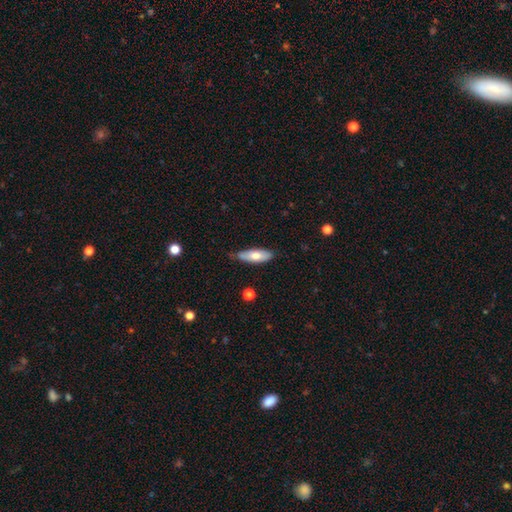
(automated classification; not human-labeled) The model was most divided on "merging": none: 67%, minor disturbance: 28%, major disturbance: 4%, merger: 2%. More confident: how rounded — in between (69%); smooth or featured — smooth (67%).